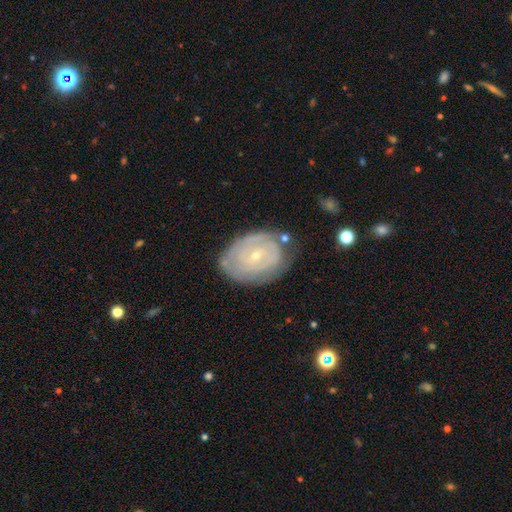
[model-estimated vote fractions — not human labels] The model was most divided on "merging": none: 67%, minor disturbance: 23%, major disturbance: 8%, merger: 3%. More confident: edge-on disk — no (96%); bulge size — small (78%); spiral arms — yes (73%); bar — no (72%); smooth or featured — featured or disk (71%).